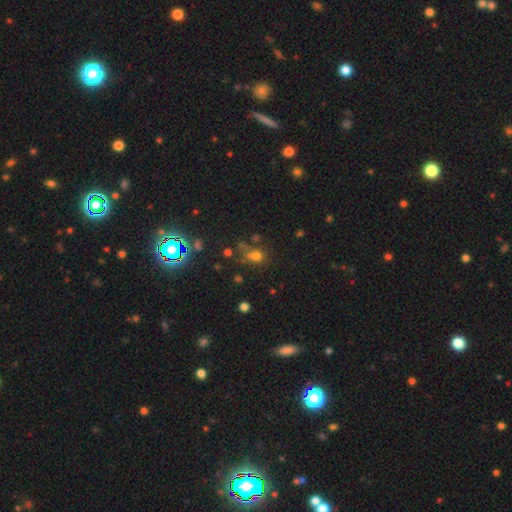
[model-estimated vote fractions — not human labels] smooth_or_featured: smooth (p=0.58) [alt: star or artifact p=0.30]
how_rounded: round (p=0.72) [alt: in between p=0.27]
merging: none (p=0.50) [alt: merger p=0.23]